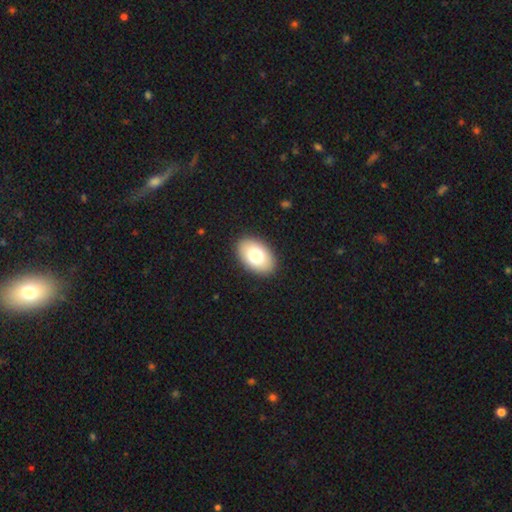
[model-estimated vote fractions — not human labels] A smooth galaxy with no disk features (78%) that is in between round and cigar-shaped (91%).

Vote fractions:
- Smooth or featured? smooth: 78% / featured or disk: 15% / star or artifact: 7%
- How rounded? in between: 91% / round: 8% / cigar-shaped: 1%
- Merging? none: 90% / minor disturbance: 7% / major disturbance: 2% / merger: 1%